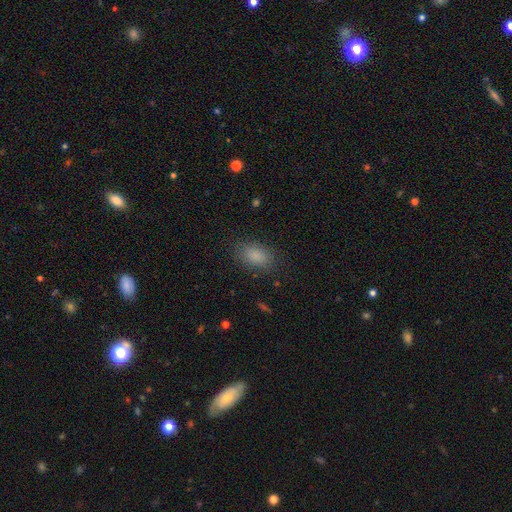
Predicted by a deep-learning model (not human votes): This is clearly a smooth galaxy (86%). How rounded: clearly in between (89%). Merging: clearly none (84%).